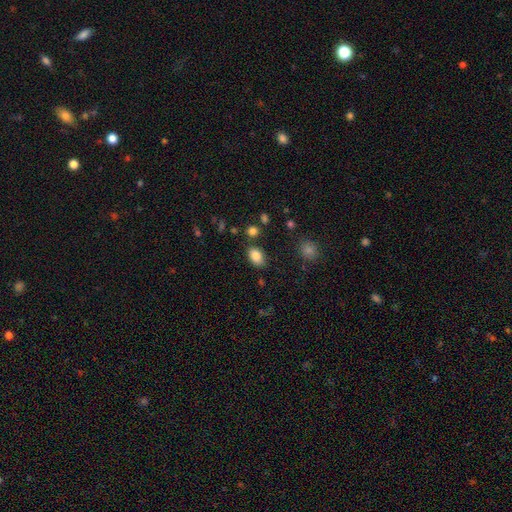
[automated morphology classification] This is clearly a smooth galaxy (86%). How rounded: clearly in between (86%). Merging: likely none (80%).